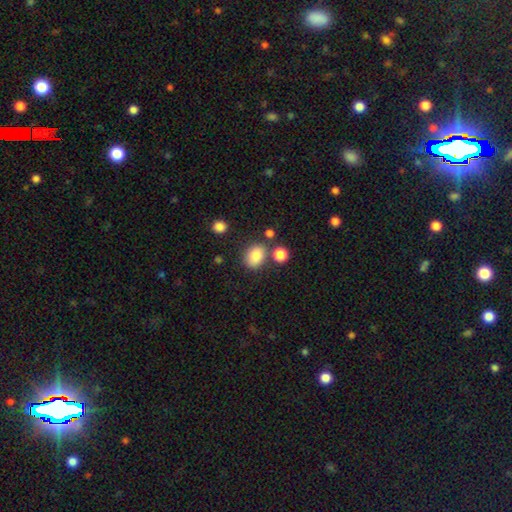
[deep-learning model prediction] smooth 83%, star or artifact 10%, featured or disk 7%. Down the decision tree: how rounded — in between (57%); merging — none (73%).